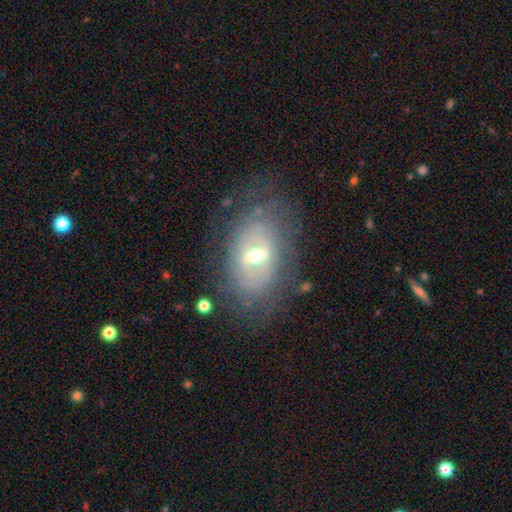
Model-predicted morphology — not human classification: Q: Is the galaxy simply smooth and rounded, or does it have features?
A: featured or disk — 74%.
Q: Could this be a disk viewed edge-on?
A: no — 91%.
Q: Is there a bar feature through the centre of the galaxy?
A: weak — 49%.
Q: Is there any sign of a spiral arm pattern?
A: yes — 62%.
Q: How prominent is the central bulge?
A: moderate — 70%.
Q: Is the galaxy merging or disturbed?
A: none — 68%.